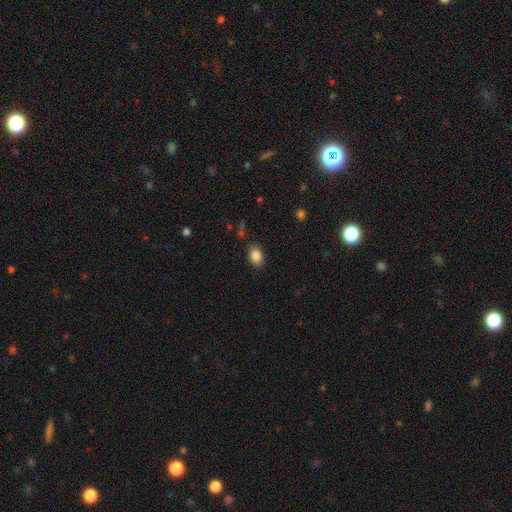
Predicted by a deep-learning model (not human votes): This is clearly a smooth galaxy (86%). How rounded: clearly in between (80%). Merging: clearly none (83%).